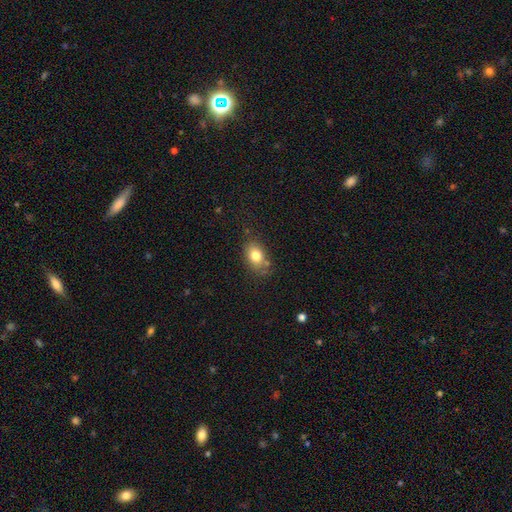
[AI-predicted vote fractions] smooth-or-featured: smooth: 80% | featured or disk: 11% | star or artifact: 9%
  how-rounded: in between: 77% | round: 21% | cigar-shaped: 2%
  merging: none: 70% | minor disturbance: 20% | major disturbance: 5% | merger: 5%